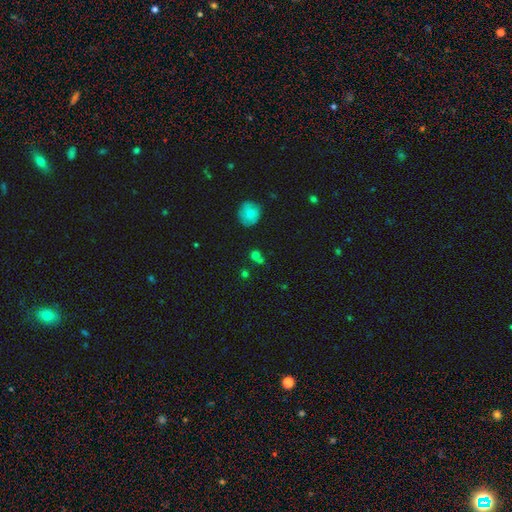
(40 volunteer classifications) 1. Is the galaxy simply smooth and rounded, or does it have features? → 85% smooth, 8% featured or disk, 8% star or artifact.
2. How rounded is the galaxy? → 85% round, 15% in between, 0% cigar-shaped.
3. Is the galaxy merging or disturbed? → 57% merger, 38% none, 5% minor disturbance, 0% major disturbance.